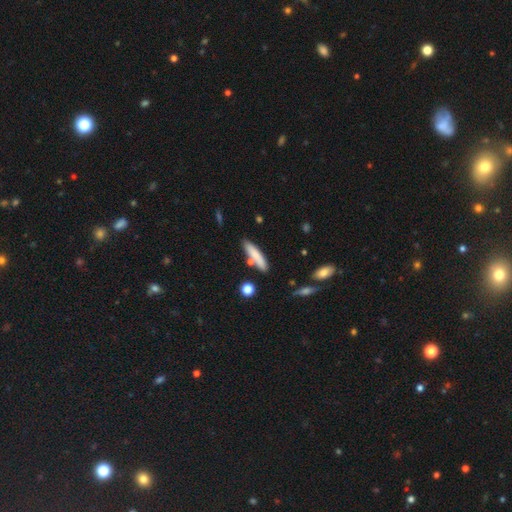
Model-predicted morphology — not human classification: The model was most divided on "merging": none: 74%, minor disturbance: 14%, merger: 9%, major disturbance: 3%. More confident: how rounded — cigar-shaped (82%); smooth or featured — smooth (77%).